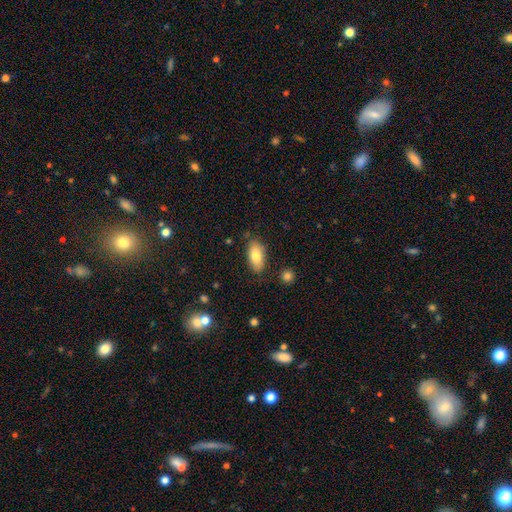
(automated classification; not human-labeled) smooth 78%, featured or disk 15%, star or artifact 7%. Down the decision tree: how rounded — in between (90%); merging — none (80%).